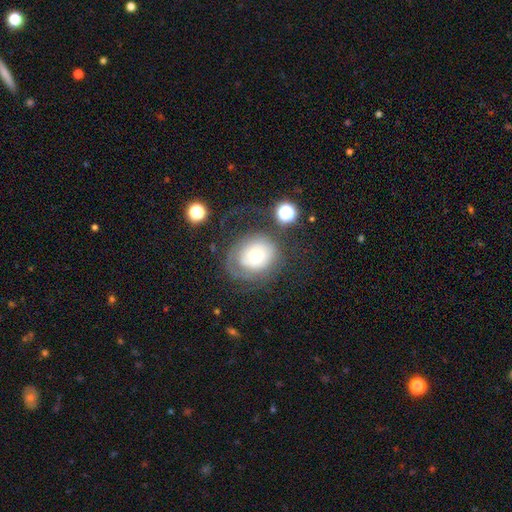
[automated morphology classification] A smooth galaxy with no disk features (50%) that is round (68%).

Vote fractions:
- Smooth or featured? smooth: 50% / featured or disk: 39% / star or artifact: 11%
- How rounded? round: 68% / in between: 31% / cigar-shaped: 1%
- Merging? none: 43% / major disturbance: 31% / minor disturbance: 21% / merger: 5%